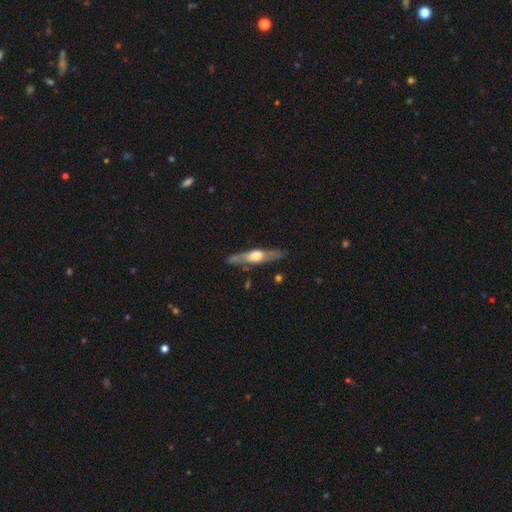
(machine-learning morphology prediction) Smooth or featured? Predicted: featured or disk (p=0.66). Edge-on disk? Predicted: yes (p=0.90). Edge-on bulge? Predicted: rounded (p=0.88). Merging? Predicted: none (p=0.84).